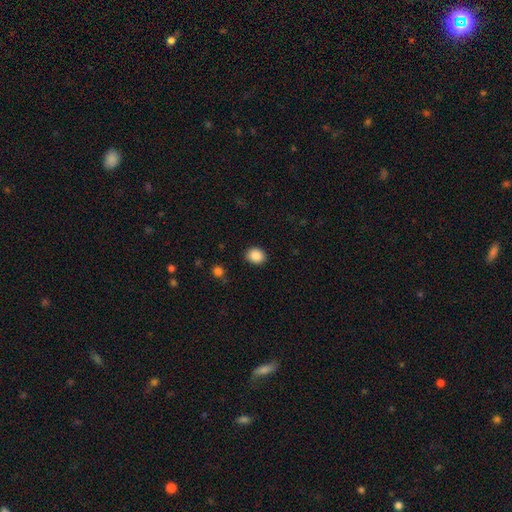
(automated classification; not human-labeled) Smooth or featured?
  - smooth: 88% *
  - star or artifact: 9%
  - featured or disk: 3%
How rounded?
  - round: 64% *
  - in between: 35%
  - cigar-shaped: 1%
Merging?
  - none: 89% *
  - minor disturbance: 7%
  - major disturbance: 2%
  - merger: 1%